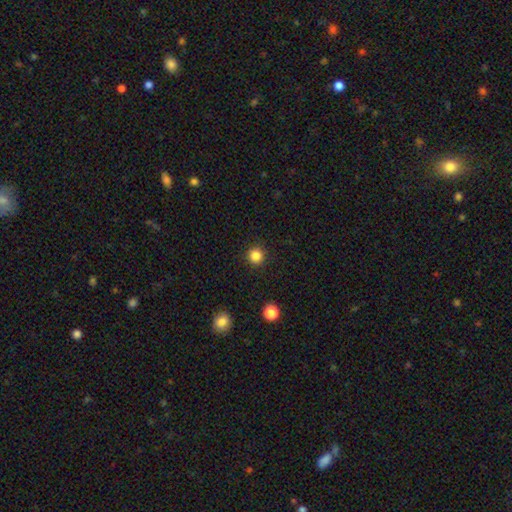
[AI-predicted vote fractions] A smooth galaxy with no disk features (85%) that is round (95%).

Vote fractions:
- Smooth or featured? smooth: 85% / star or artifact: 12% / featured or disk: 3%
- How rounded? round: 95% / in between: 4% / cigar-shaped: 1%
- Merging? none: 92% / minor disturbance: 5% / major disturbance: 2% / merger: 1%